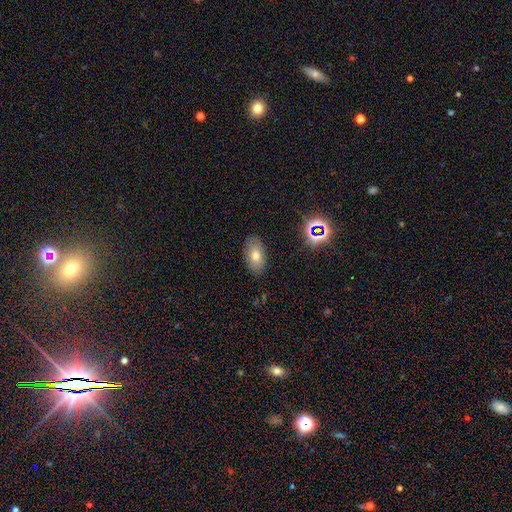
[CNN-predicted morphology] smooth_or_featured: smooth (p=0.71) [alt: featured or disk p=0.16]
how_rounded: in between (p=0.91) [alt: round p=0.07]
merging: none (p=0.86) [alt: minor disturbance p=0.10]